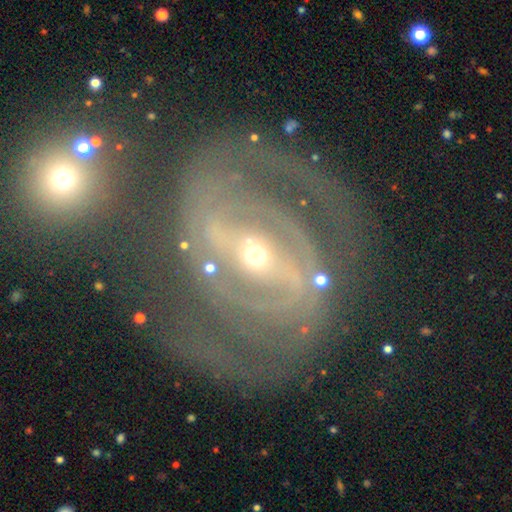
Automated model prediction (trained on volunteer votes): Smooth or featured?
  - featured or disk: 90% *
  - star or artifact: 5%
  - smooth: 5%
Edge-on disk?
  - no: 97% *
  - yes: 3%
Bar?
  - strong: 56% *
  - weak: 29%
  - no: 15%
Spiral arms?
  - yes: 93% *
  - no: 7%
Spiral winding?
  - tight: 51% *
  - medium: 40%
  - loose: 9%
Spiral arm count?
  - 2: 65% *
  - can't tell: 12%
  - 3: 11%
  - 4: 4%
  - 1: 4%
  - more than 4: 4%
Bulge size?
  - small: 59% *
  - moderate: 38%
  - large: 2%
  - dominant: 1%
  - none: 1%
Merging?
  - none: 61% *
  - minor disturbance: 17%
  - major disturbance: 13%
  - merger: 9%